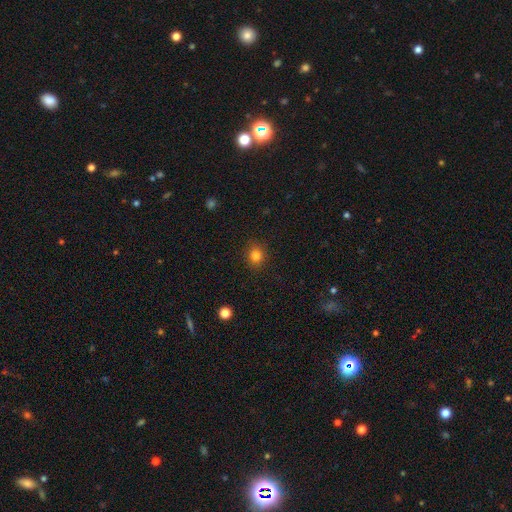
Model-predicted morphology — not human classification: A smooth galaxy with no disk features (82%) that is round (73%). Merging: none (89%).